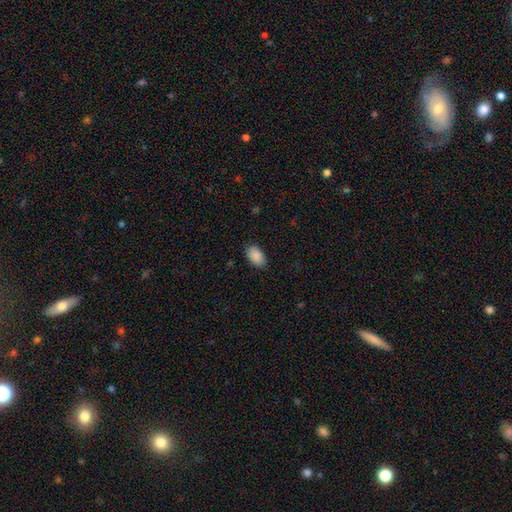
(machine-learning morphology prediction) Smooth or featured?
  - smooth: 90% *
  - star or artifact: 7%
  - featured or disk: 3%
How rounded?
  - in between: 93% *
  - round: 6%
  - cigar-shaped: 1%
Merging?
  - none: 86% *
  - minor disturbance: 11%
  - major disturbance: 2%
  - merger: 1%